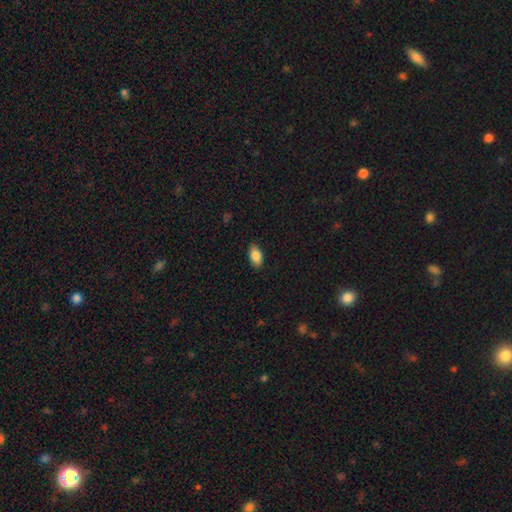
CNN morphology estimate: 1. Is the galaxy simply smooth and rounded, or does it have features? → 85% smooth, 8% featured or disk, 7% star or artifact.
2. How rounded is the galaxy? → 91% in between, 5% cigar-shaped, 4% round.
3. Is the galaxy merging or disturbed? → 87% none, 10% minor disturbance, 2% major disturbance, 1% merger.